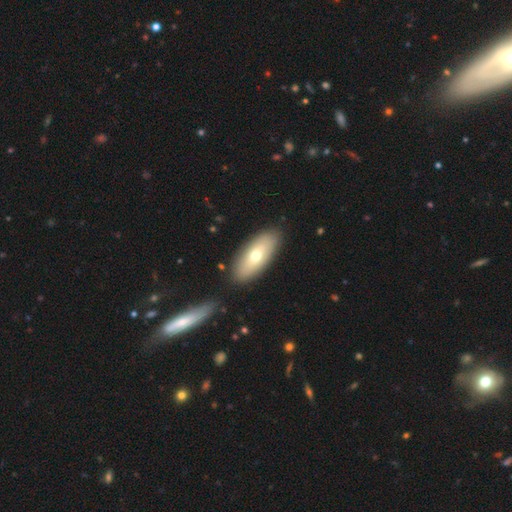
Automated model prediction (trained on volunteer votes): Smooth or featured? Predicted: smooth (p=0.64). How rounded? Predicted: in between (p=0.82). Merging? Predicted: none (p=0.86).